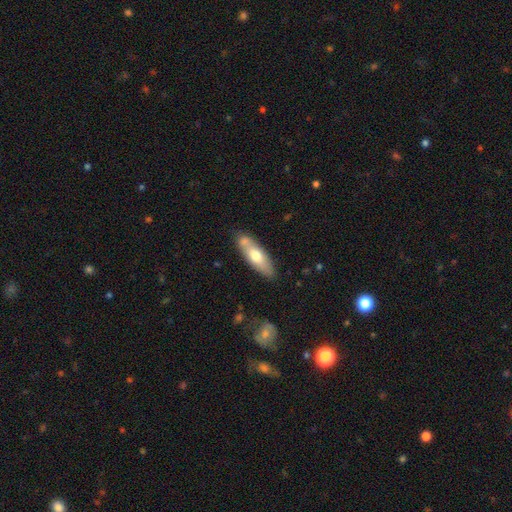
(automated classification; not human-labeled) smooth_or_featured: smooth (p=0.61) [alt: featured or disk p=0.34]
how_rounded: in between (p=0.54) [alt: cigar-shaped p=0.44]
merging: none (p=0.67) [alt: minor disturbance p=0.16]